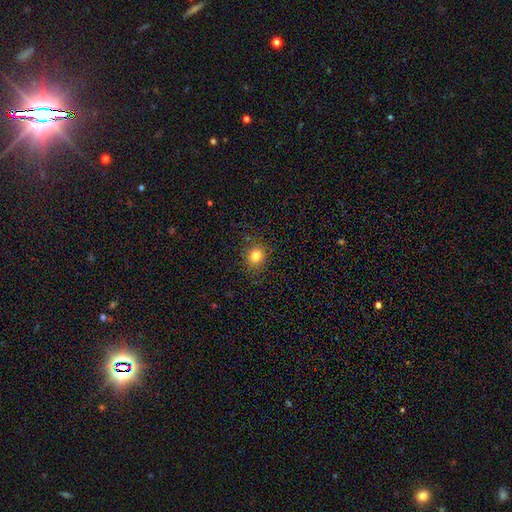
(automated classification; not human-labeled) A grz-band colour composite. It shows a smooth galaxy with no disk features (80%) that is round (83%). Merging: none (87%).